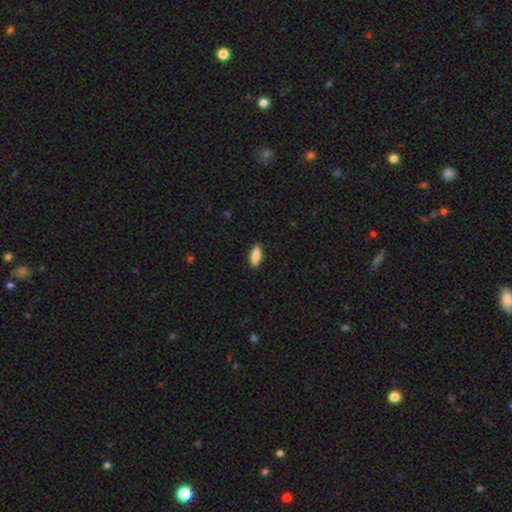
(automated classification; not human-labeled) smooth_or_featured: smooth (p=0.86) [alt: featured or disk p=0.08]
how_rounded: in between (p=0.75) [alt: cigar-shaped p=0.23]
merging: none (p=0.89) [alt: minor disturbance p=0.08]